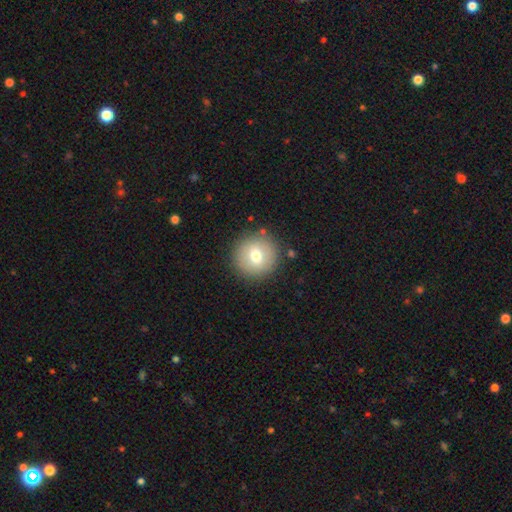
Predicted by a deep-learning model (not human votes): Q: Smooth or featured?
A: smooth (71%); runner-up: featured or disk (18%)
Q: How rounded?
A: round (95%); runner-up: in between (4%)
Q: Merging?
A: none (88%); runner-up: minor disturbance (8%)